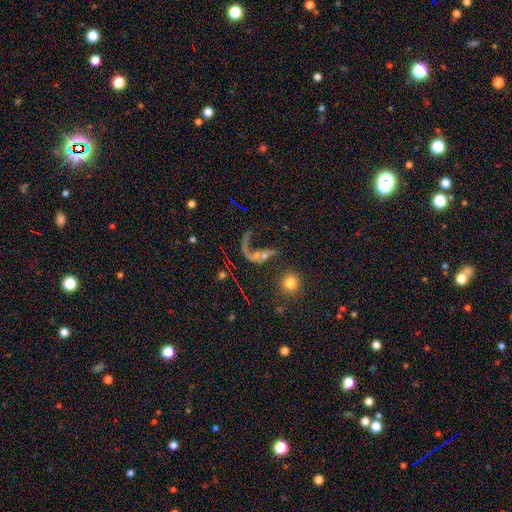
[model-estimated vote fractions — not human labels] smooth-or-featured: featured or disk: 44% | smooth: 31% | star or artifact: 25%
  merging: none: 43% | major disturbance: 26% | merger: 18% | minor disturbance: 13%